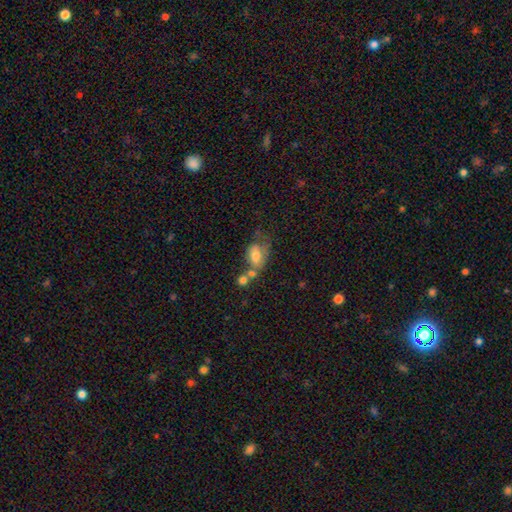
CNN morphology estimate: A smooth galaxy with no disk features (66%) that is in between round and cigar-shaped (81%).

Vote fractions:
- Smooth or featured? smooth: 66% / featured or disk: 24% / star or artifact: 10%
- How rounded? in between: 81% / round: 17% / cigar-shaped: 2%
- Merging? merger: 39% / none: 27% / minor disturbance: 19% / major disturbance: 15%